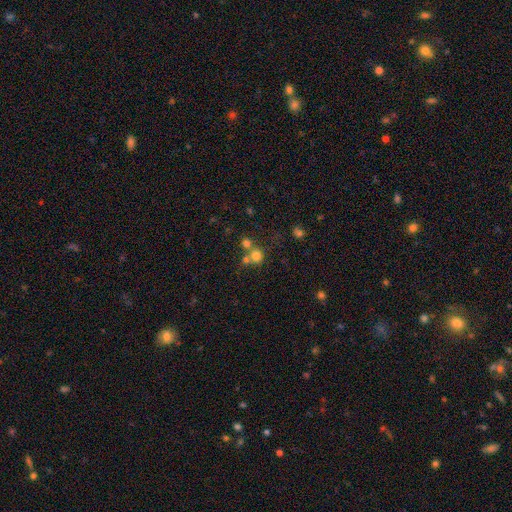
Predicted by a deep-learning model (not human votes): The model was most divided on "merging": none: 51%, merger: 38%, minor disturbance: 7%, major disturbance: 4%. More confident: how rounded — round (88%); smooth or featured — smooth (73%).